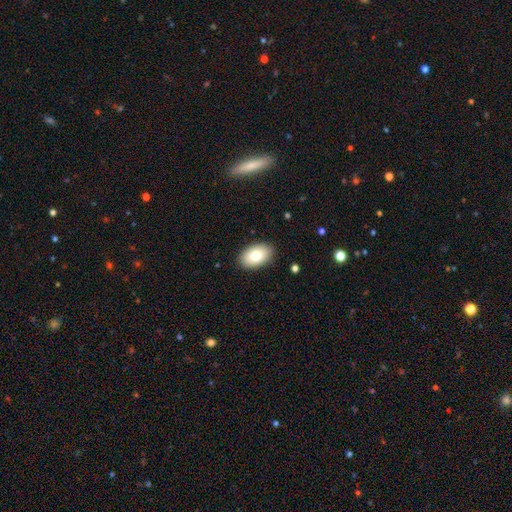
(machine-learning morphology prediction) This appears to be a smooth galaxy with no disk features (80%) that is in between round and cigar-shaped (92%). Merging: none (89%).